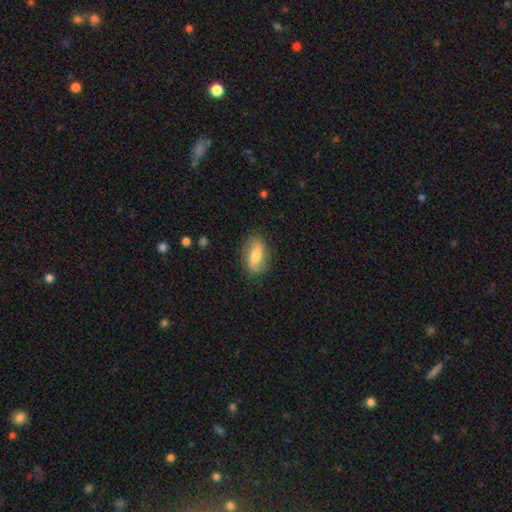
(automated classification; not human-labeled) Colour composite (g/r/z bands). It shows a smooth galaxy with no disk features (54%) that is in between round and cigar-shaped (85%). Merging: none (83%).